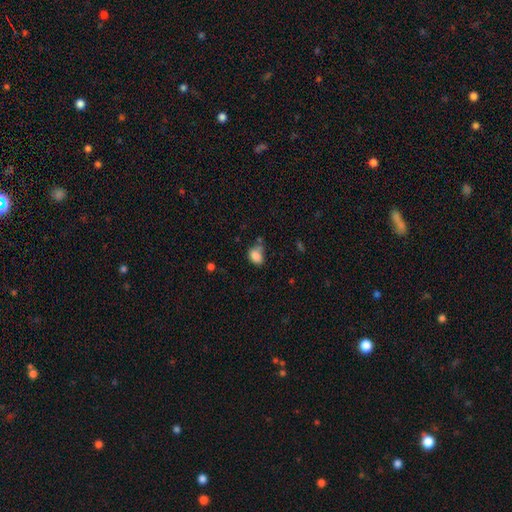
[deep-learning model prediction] A smooth galaxy with no disk features (83%) that is in between round and cigar-shaped (73%). Merging: none (47%).